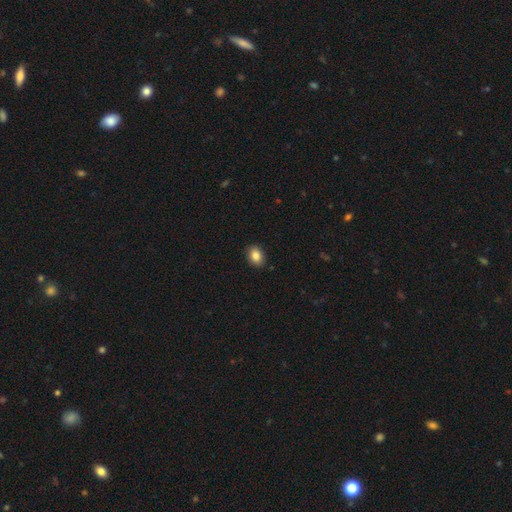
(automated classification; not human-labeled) A smooth galaxy with no disk features (85%) that is in between round and cigar-shaped (68%). Merging: none (89%).